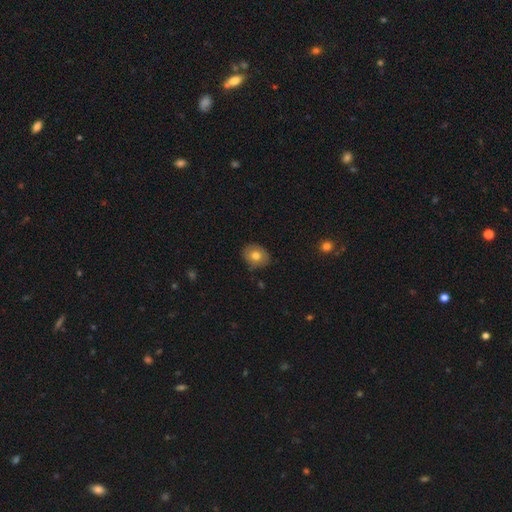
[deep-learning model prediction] A smooth galaxy with no disk features (74%) that is round (56%). Merging: none (83%).